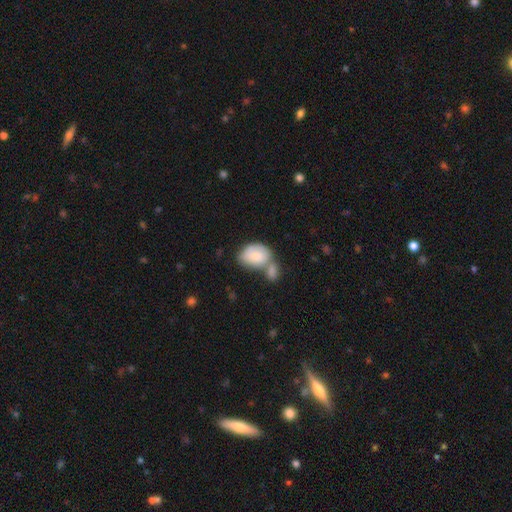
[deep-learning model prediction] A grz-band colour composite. It shows a smooth galaxy with no disk features (79%) that is in between round and cigar-shaped (83%). Merging: merger (55%).